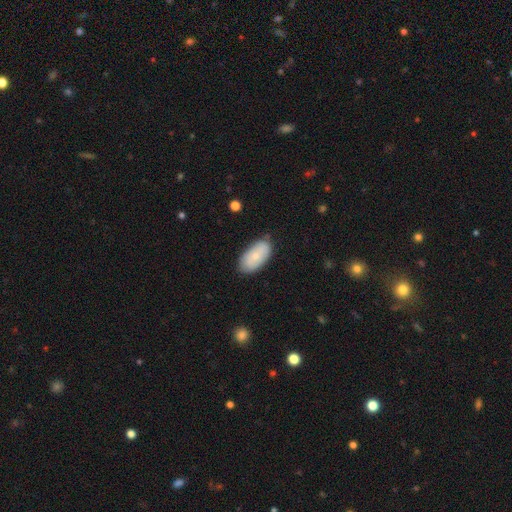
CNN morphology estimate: A smooth galaxy with no disk features (68%) that is in between round and cigar-shaped (94%).

Vote fractions:
- Smooth or featured? smooth: 68% / featured or disk: 26% / star or artifact: 6%
- How rounded? in between: 94% / round: 3% / cigar-shaped: 2%
- Merging? none: 79% / minor disturbance: 17% / major disturbance: 3% / merger: 1%